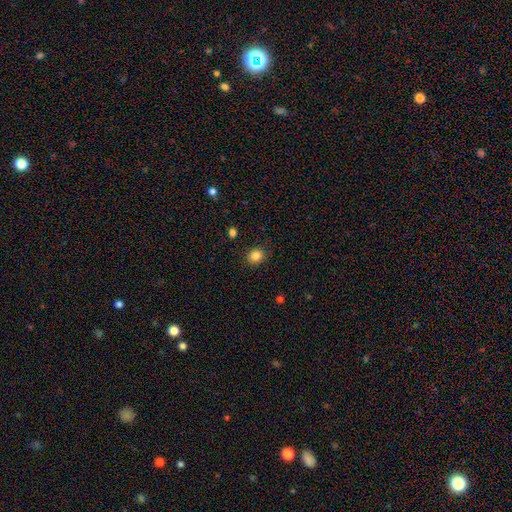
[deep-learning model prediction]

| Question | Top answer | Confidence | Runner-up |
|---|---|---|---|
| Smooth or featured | smooth | 86% | star or artifact (11%) |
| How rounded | round | 69% | in between (30%) |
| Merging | none | 88% | minor disturbance (8%) |